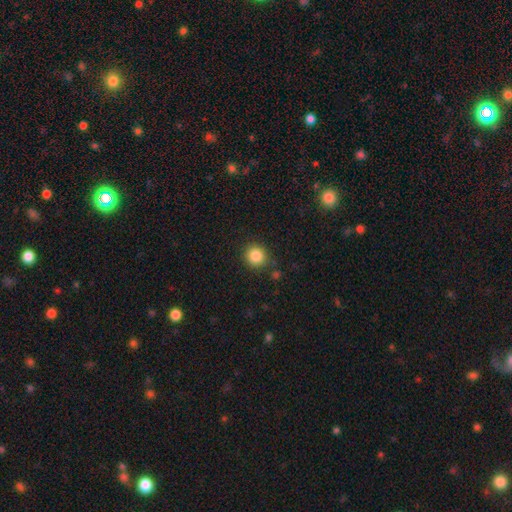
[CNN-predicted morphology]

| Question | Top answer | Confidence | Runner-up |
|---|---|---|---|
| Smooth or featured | smooth | 86% | star or artifact (10%) |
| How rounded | round | 91% | in between (8%) |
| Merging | none | 87% | minor disturbance (8%) |